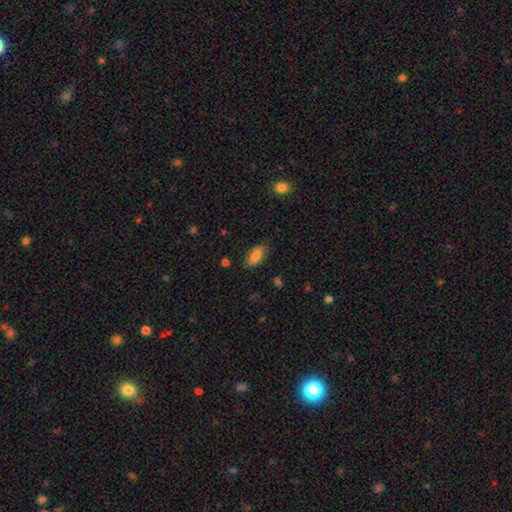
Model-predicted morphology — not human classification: The model was most divided on "merging": none: 78%, minor disturbance: 17%, major disturbance: 4%, merger: 1%. More confident: how rounded — in between (92%); smooth or featured — smooth (79%).